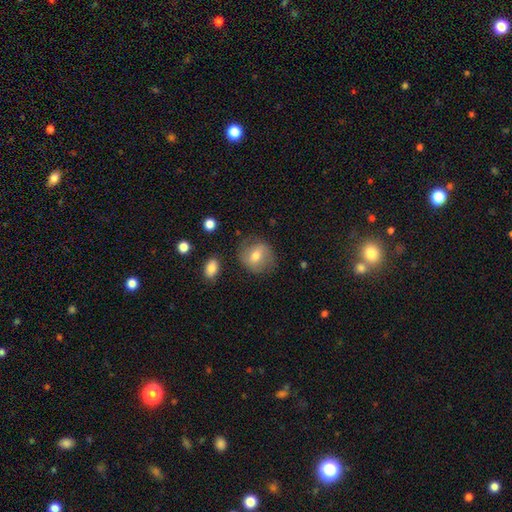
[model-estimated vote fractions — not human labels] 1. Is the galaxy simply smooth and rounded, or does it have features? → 62% smooth, 30% featured or disk, 8% star or artifact.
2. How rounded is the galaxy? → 73% round, 26% in between, 1% cigar-shaped.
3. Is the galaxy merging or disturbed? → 74% none, 18% minor disturbance, 6% major disturbance, 2% merger.